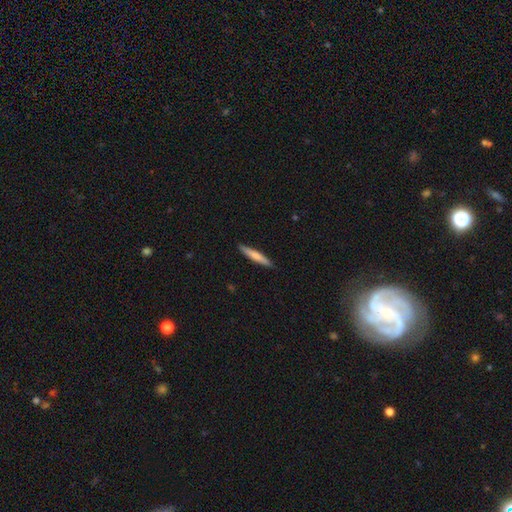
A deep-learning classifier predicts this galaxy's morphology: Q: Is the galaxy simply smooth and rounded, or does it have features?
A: smooth — 70%.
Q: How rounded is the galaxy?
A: cigar-shaped — 93%.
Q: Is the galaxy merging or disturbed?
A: none — 90%.